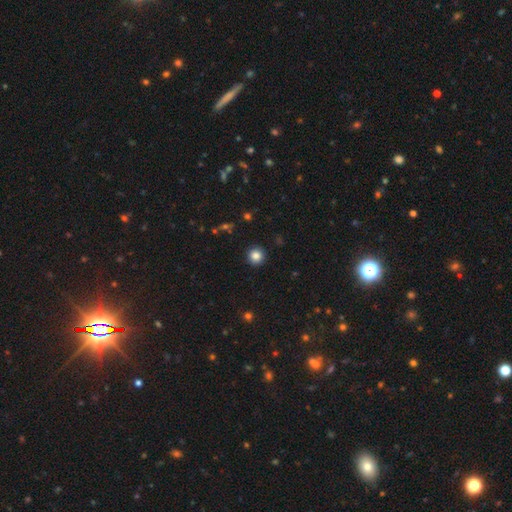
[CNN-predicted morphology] smooth_or_featured: smooth (p=0.84) [alt: star or artifact p=0.11]
how_rounded: round (p=0.95) [alt: in between p=0.04]
merging: none (p=0.93) [alt: minor disturbance p=0.05]